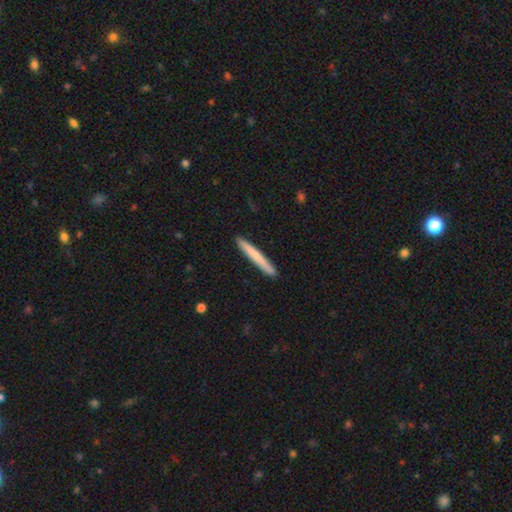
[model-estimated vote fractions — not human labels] This appears to be a smooth galaxy with no disk features (71%) that is cigar-shaped (97%). Merging: none (92%).